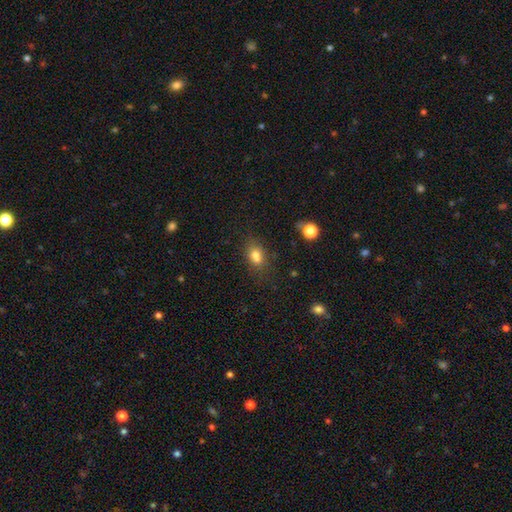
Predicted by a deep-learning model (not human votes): Smooth or featured? smooth (76%)
How rounded? in between (68%)
Merging? none (56%)